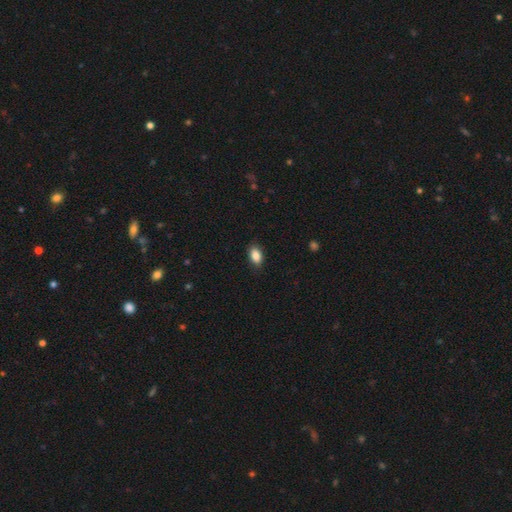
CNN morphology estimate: smooth 87%, star or artifact 8%, featured or disk 5%. Down the decision tree: how rounded — in between (89%); merging — none (86%).